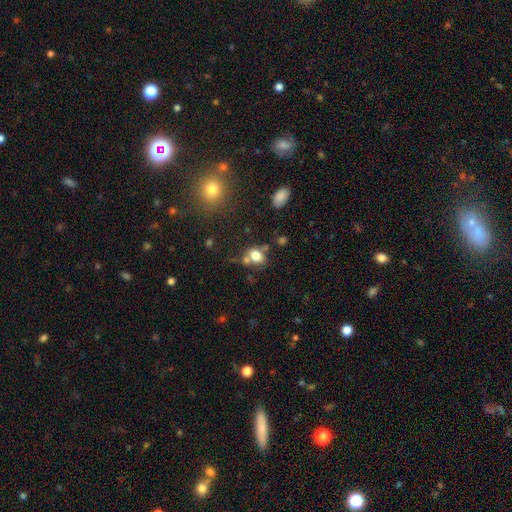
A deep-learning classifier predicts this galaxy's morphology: A smooth galaxy with no disk features (76%) that is round (51%). Merging: none (51%).